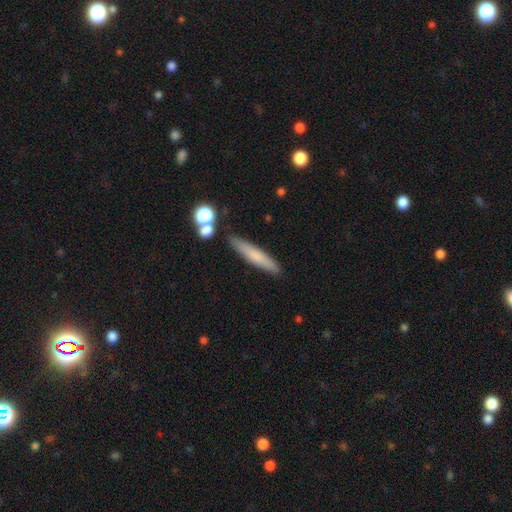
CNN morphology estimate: smooth-or-featured: smooth: 68% | featured or disk: 24% | star or artifact: 8%
  how-rounded: cigar-shaped: 90% | in between: 8% | round: 2%
  merging: none: 83% | minor disturbance: 10% | merger: 5% | major disturbance: 2%